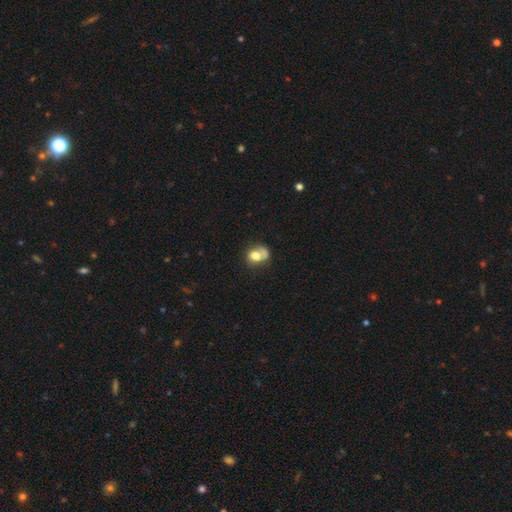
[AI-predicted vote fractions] A smooth galaxy with no disk features (72%) that is round (60%).

Vote fractions:
- Smooth or featured? smooth: 72% / featured or disk: 18% / star or artifact: 10%
- How rounded? round: 60% / in between: 39% / cigar-shaped: 1%
- Merging? none: 35% / merger: 31% / minor disturbance: 20% / major disturbance: 13%